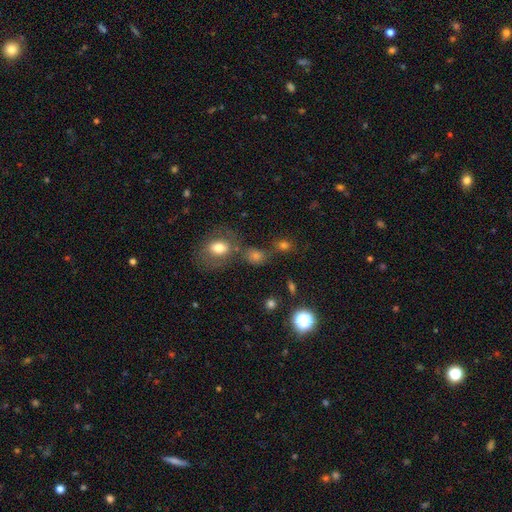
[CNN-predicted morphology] Smooth or featured?
  - smooth: 65% *
  - star or artifact: 22%
  - featured or disk: 13%
How rounded?
  - round: 60% *
  - in between: 38%
  - cigar-shaped: 2%
Merging?
  - none: 53% *
  - merger: 27%
  - minor disturbance: 12%
  - major disturbance: 7%